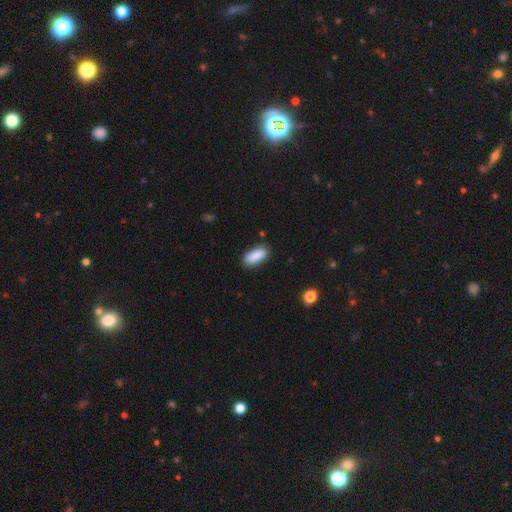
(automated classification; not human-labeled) A smooth galaxy with no disk features (89%) that is in between round and cigar-shaped (80%). Merging: none (84%).